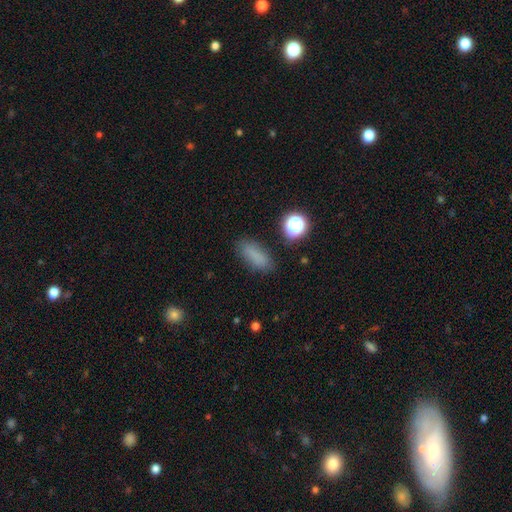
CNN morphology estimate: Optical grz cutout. It shows a smooth galaxy with no disk features (80%) that is in between round and cigar-shaped (68%). Merging: none (80%).